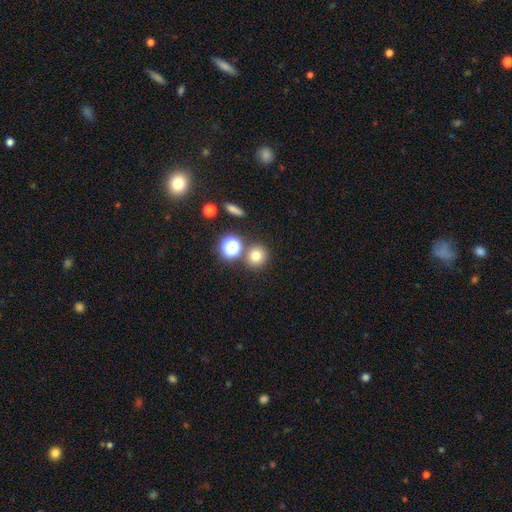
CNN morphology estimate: smooth_or_featured: smooth (p=0.74) [alt: star or artifact p=0.18]
how_rounded: round (p=0.89) [alt: in between p=0.10]
merging: none (p=0.78) [alt: merger p=0.11]